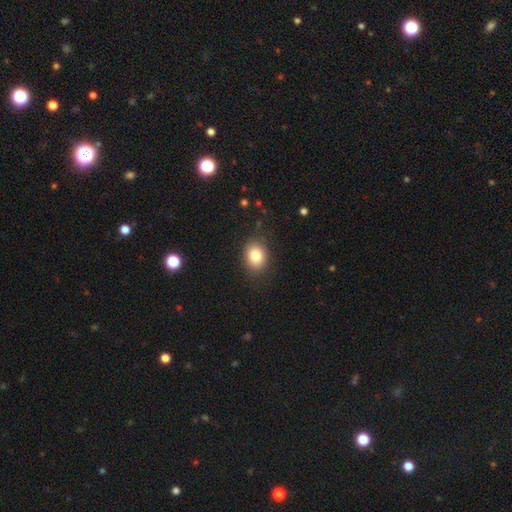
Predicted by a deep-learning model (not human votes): smooth 82%, star or artifact 10%, featured or disk 8%. Down the decision tree: how rounded — in between (55%); merging — none (85%).